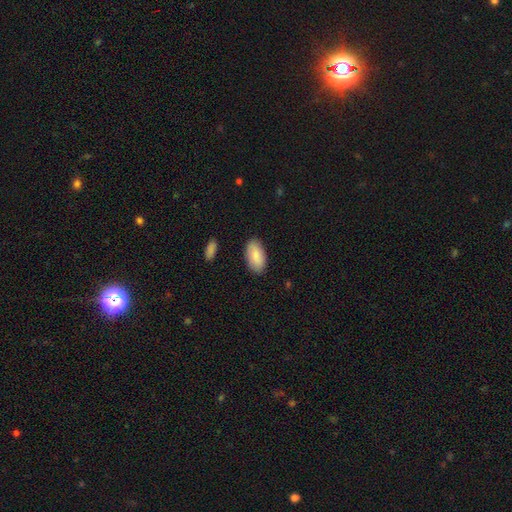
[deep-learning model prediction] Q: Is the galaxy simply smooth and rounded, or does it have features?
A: smooth — 85%.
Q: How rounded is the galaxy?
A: in between — 95%.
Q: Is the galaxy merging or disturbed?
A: none — 87%.